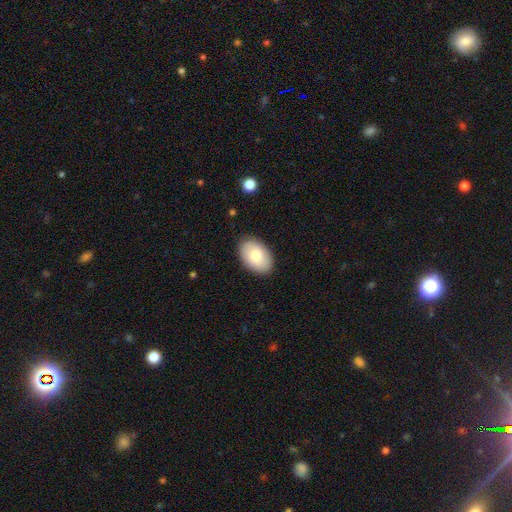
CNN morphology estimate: A smooth galaxy with no disk features (77%) that is in between round and cigar-shaped (91%). Merging: none (88%).